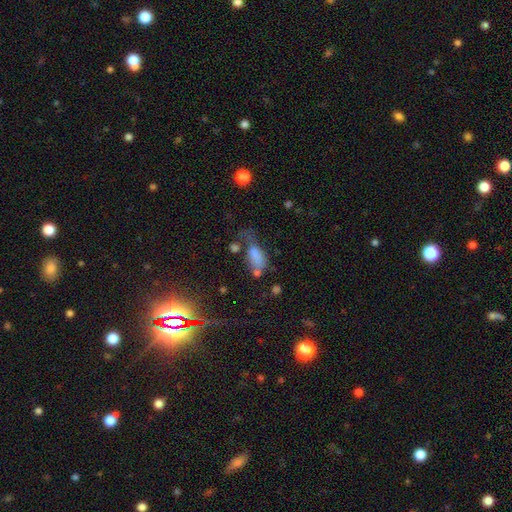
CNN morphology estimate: smooth_or_featured: smooth (p=0.72) [alt: featured or disk p=0.15]
how_rounded: in between (p=0.86) [alt: cigar-shaped p=0.08]
merging: major disturbance (p=0.37) [alt: none p=0.23]